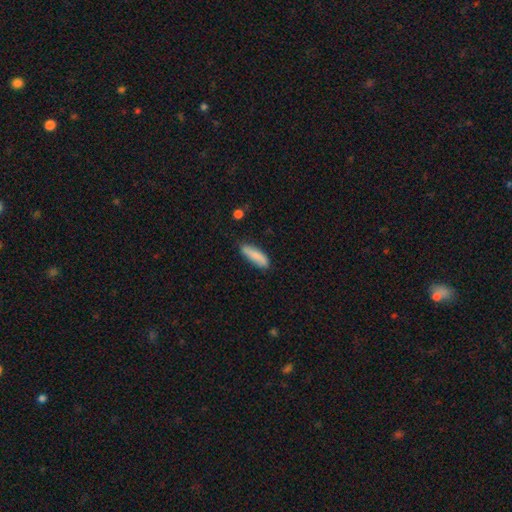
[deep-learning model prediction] A smooth galaxy with no disk features (81%) that is cigar-shaped (55%).

Vote fractions:
- Smooth or featured? smooth: 81% / featured or disk: 13% / star or artifact: 6%
- How rounded? cigar-shaped: 55% / in between: 43% / round: 2%
- Merging? none: 76% / minor disturbance: 18% / major disturbance: 3% / merger: 2%